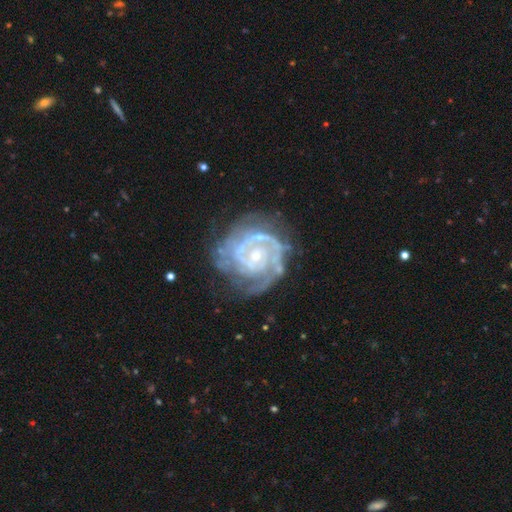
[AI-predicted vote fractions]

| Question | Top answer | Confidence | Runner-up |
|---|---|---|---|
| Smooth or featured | featured or disk | 89% | smooth (6%) |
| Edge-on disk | no | 98% | yes (2%) |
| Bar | no | 73% | weak (20%) |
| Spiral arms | yes | 95% | no (5%) |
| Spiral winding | tight | 69% | medium (26%) |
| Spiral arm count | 2 | 35% | can't tell (24%) |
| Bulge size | small | 66% | moderate (31%) |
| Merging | none | 59% | minor disturbance (23%) |